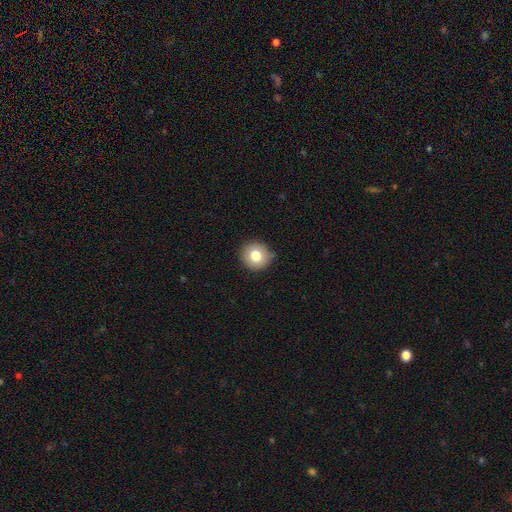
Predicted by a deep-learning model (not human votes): Smooth or featured? Predicted: smooth (p=0.78). How rounded? Predicted: round (p=0.90). Merging? Predicted: none (p=0.85).